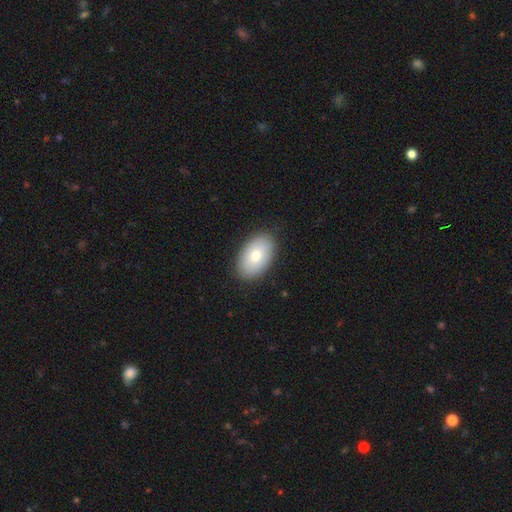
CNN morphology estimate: The model was most divided on "smooth or featured": smooth: 79%, featured or disk: 15%, star or artifact: 6%. More confident: how rounded — in between (93%); merging — none (88%).